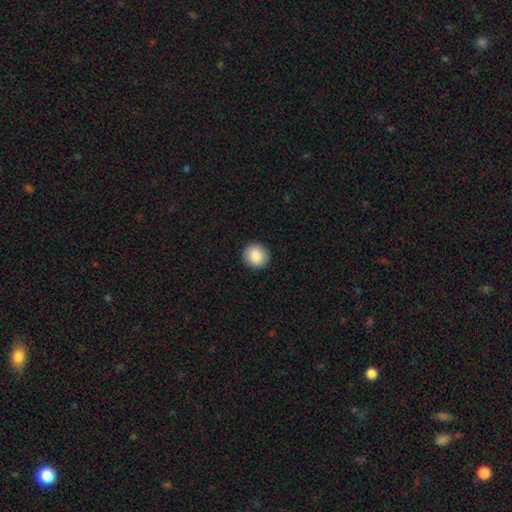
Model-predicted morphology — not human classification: smooth-or-featured: smooth: 88% | star or artifact: 7% | featured or disk: 4%
  how-rounded: round: 93% | in between: 6% | cigar-shaped: 1%
  merging: none: 92% | minor disturbance: 5% | major disturbance: 2% | merger: 1%